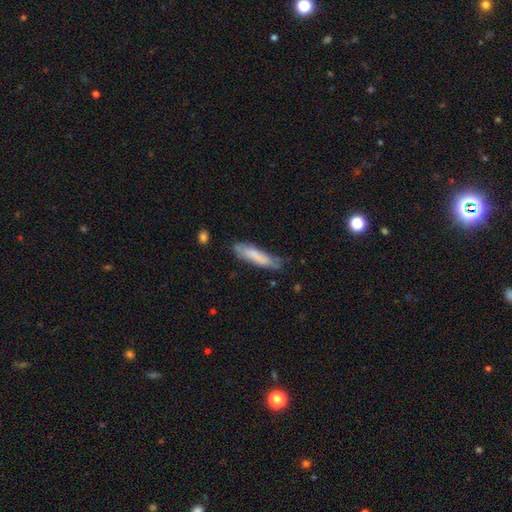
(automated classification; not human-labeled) A smooth galaxy with no disk features (72%) that is cigar-shaped (75%).

Vote fractions:
- Smooth or featured? smooth: 72% / featured or disk: 21% / star or artifact: 6%
- How rounded? cigar-shaped: 75% / in between: 23% / round: 1%
- Merging? none: 58% / minor disturbance: 31% / major disturbance: 9% / merger: 3%